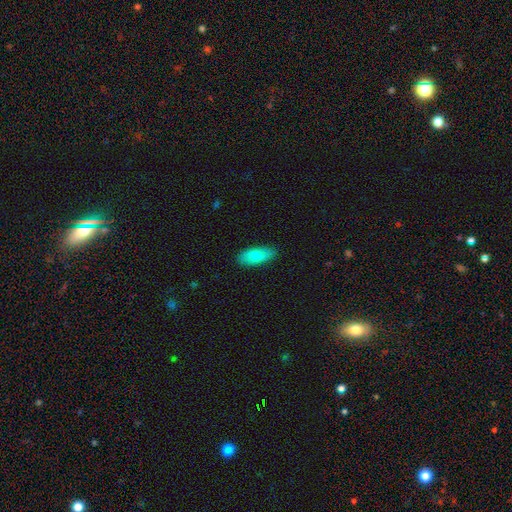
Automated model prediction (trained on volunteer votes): A smooth galaxy with no disk features (80%) that is in between round and cigar-shaped (82%). Merging: none (86%).